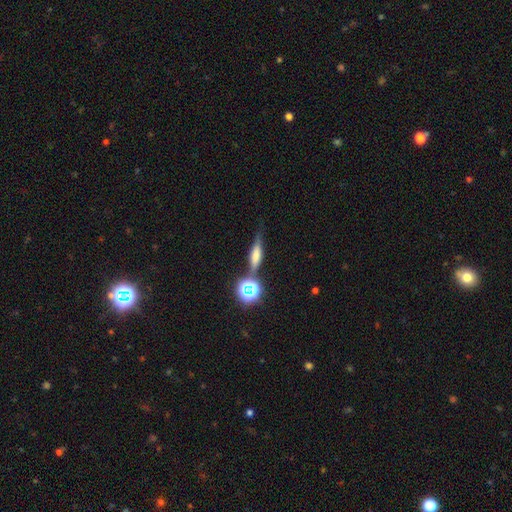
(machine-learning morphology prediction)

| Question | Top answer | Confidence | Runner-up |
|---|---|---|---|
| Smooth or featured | smooth | 48% | featured or disk (34%) |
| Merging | none | 64% | minor disturbance (16%) |